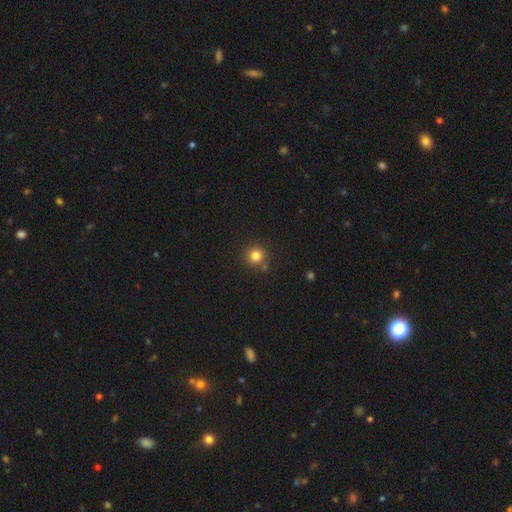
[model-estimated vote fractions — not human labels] Smooth or featured? smooth (81%)
How rounded? round (94%)
Merging? none (83%)